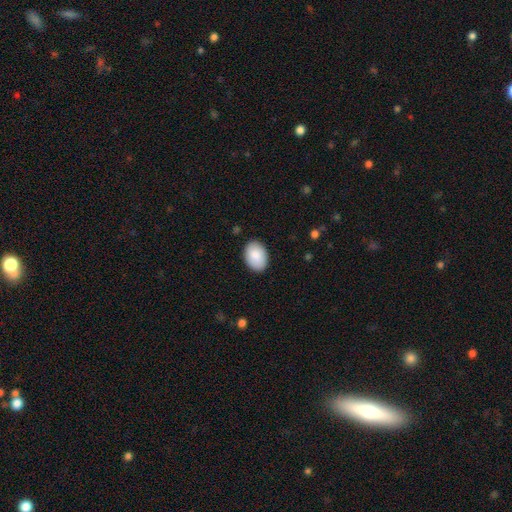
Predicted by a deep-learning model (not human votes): Smooth or featured: smooth — 87% (featured or disk — 7%)
How rounded: in between — 85% (round — 14%)
Merging: none — 88% (minor disturbance — 9%)